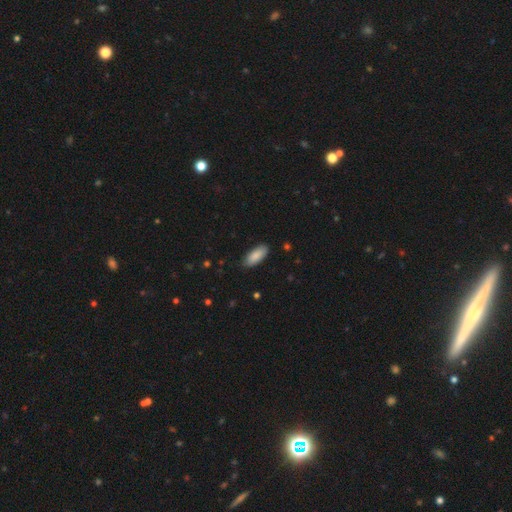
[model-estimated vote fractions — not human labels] Q: Smooth or featured?
A: smooth (88%); runner-up: featured or disk (7%)
Q: How rounded?
A: in between (83%); runner-up: cigar-shaped (15%)
Q: Merging?
A: none (86%); runner-up: minor disturbance (11%)